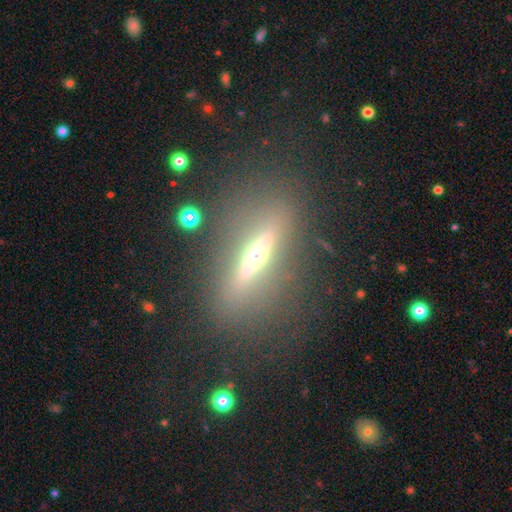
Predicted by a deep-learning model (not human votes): This appears to be a featured or disk galaxy (67%) viewed edge-on (83%) with a rounded central bulge (92%). Merging: none (79%).